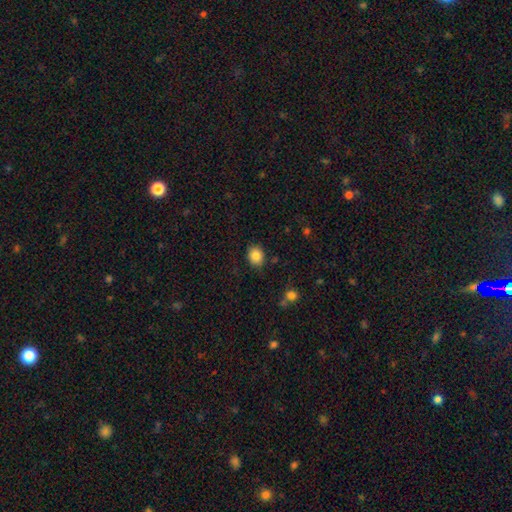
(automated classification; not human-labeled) This appears to be a smooth galaxy with no disk features (85%) that is round (53%). Merging: none (81%).